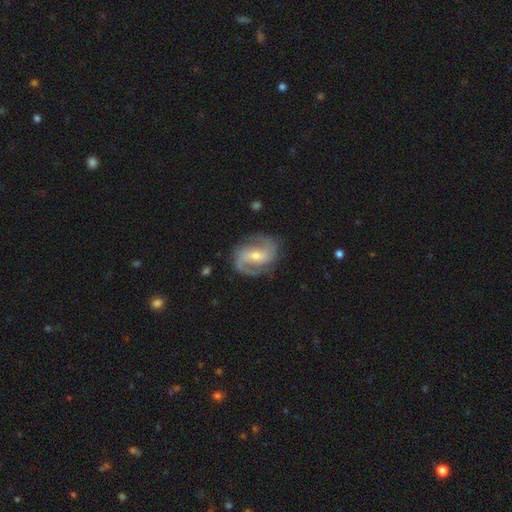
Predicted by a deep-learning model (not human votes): smooth-or-featured: featured or disk: 89% | smooth: 6% | star or artifact: 5%
  disk-edge-on: no: 98% | yes: 2%
    bar: weak: 46% | strong: 28% | no: 26%
    has-spiral-arms: yes: 97% | no: 3%
      spiral-winding: medium: 55% | tight: 24% | loose: 20%
      spiral-arm-count: 2: 90% | can't tell: 3% | 3: 3% | 1: 2% | 4: 1% | more than 4: 1%
    bulge-size: small: 52% | moderate: 43% | large: 2% | none: 2% | dominant: 1%
  merging: none: 80% | minor disturbance: 13% | major disturbance: 5% | merger: 1%